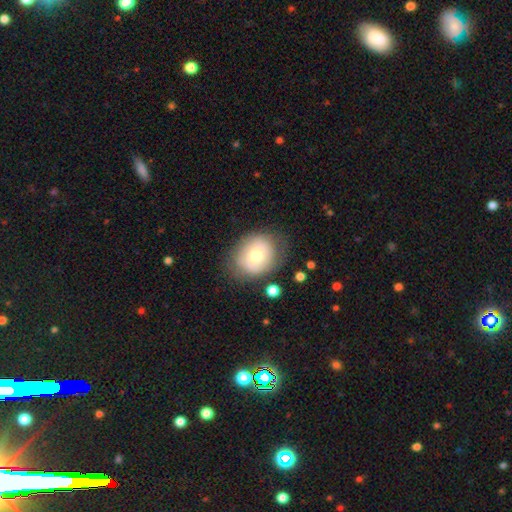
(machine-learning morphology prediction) Smooth or featured: smooth — 58% (featured or disk — 34%)
How rounded: round — 59% (in between — 40%)
Merging: none — 73% (minor disturbance — 18%)